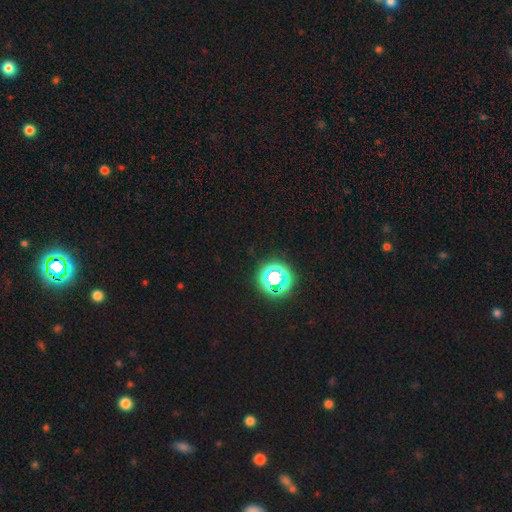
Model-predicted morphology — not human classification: A star or artifact, not a galaxy (76%).

Vote fractions:
- Smooth or featured? star or artifact: 76% / smooth: 18% / featured or disk: 6%